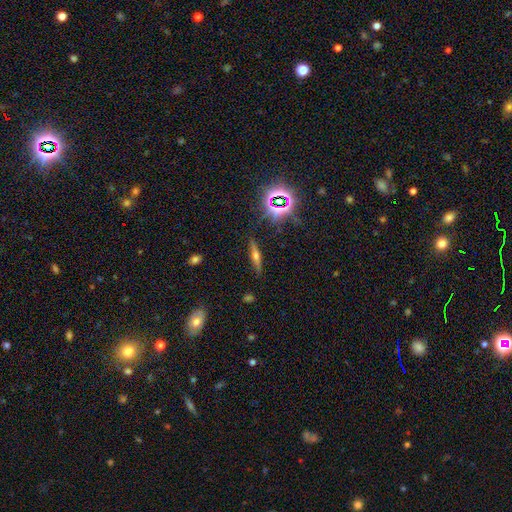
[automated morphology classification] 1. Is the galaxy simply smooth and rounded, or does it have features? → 48% featured or disk, 33% smooth, 19% star or artifact.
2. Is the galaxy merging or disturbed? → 86% none, 10% minor disturbance, 3% major disturbance, 2% merger.